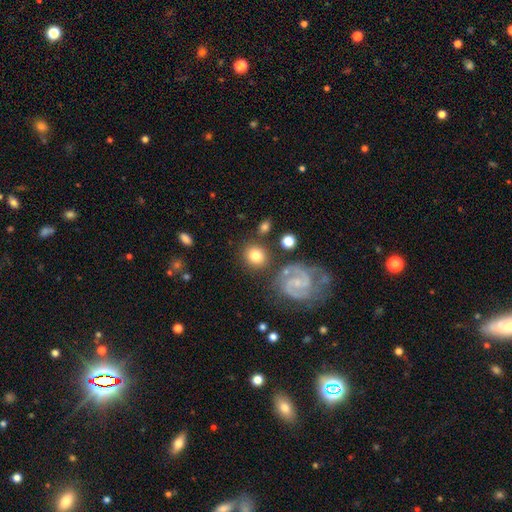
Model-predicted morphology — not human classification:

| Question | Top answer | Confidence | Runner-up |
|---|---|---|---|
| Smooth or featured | smooth | 70% | featured or disk (22%) |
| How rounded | round | 84% | in between (15%) |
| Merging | none | 78% | minor disturbance (11%) |